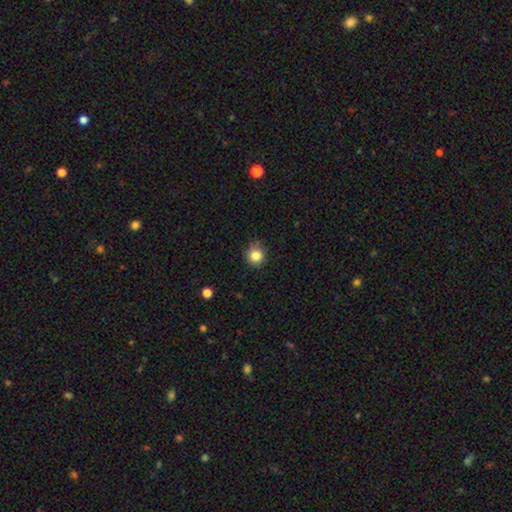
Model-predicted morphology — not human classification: This is clearly a smooth galaxy (83%). How rounded: clearly round (91%). Merging: clearly none (80%).